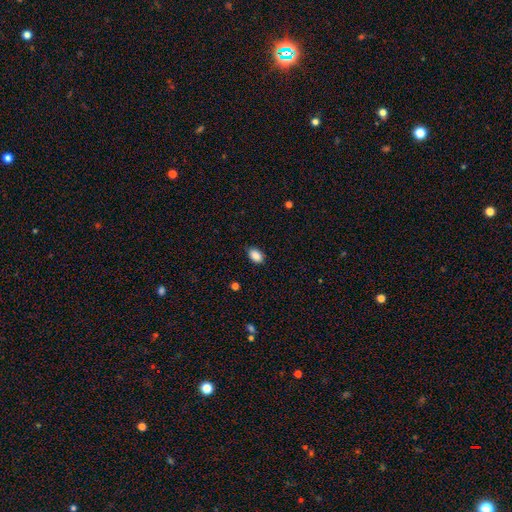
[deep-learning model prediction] Overall: smooth (88%). How rounded: in between (88%). Merging: none (85%).